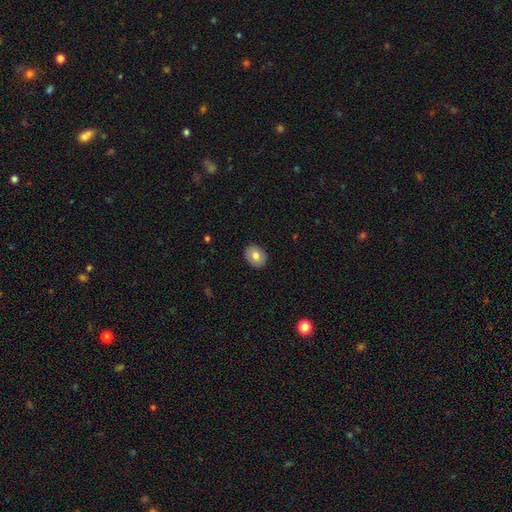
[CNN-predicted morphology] A smooth galaxy with no disk features (79%) that is in between round and cigar-shaped (57%).

Vote fractions:
- Smooth or featured? smooth: 79% / featured or disk: 13% / star or artifact: 8%
- How rounded? in between: 57% / round: 42% / cigar-shaped: 1%
- Merging? none: 90% / minor disturbance: 7% / major disturbance: 2% / merger: 1%